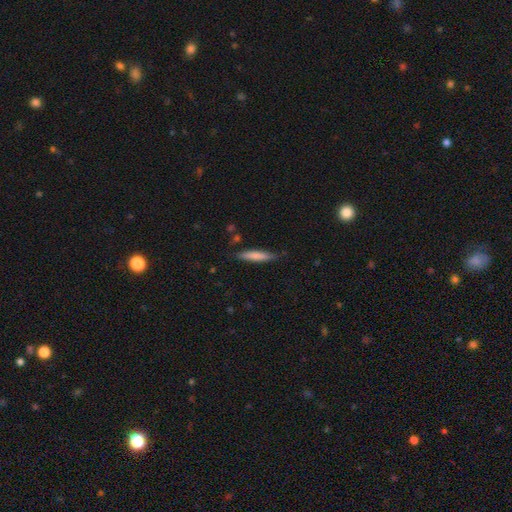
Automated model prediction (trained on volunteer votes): This is likely a smooth galaxy (75%). How rounded: clearly cigar-shaped (88%). Merging: clearly none (82%).